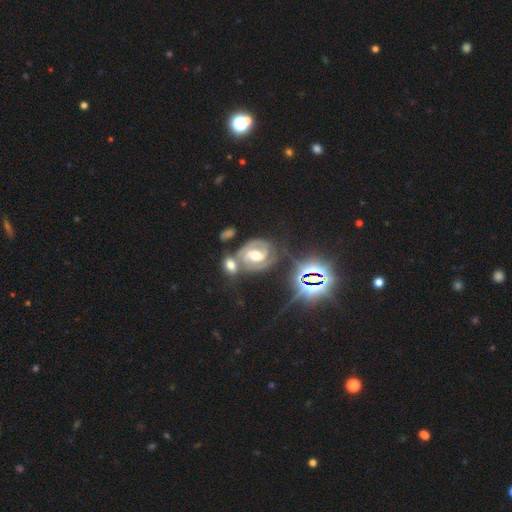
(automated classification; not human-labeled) A featured or disk galaxy (78%) with a weak bar (43%), 2 (71%) tight (56%) spiral arms (92%) and a moderate central bulge (72%).

Vote fractions:
- Smooth or featured? featured or disk: 78% / star or artifact: 12% / smooth: 10%
- Edge-on disk? no: 97% / yes: 3%
- Bar? weak: 43% / no: 32% / strong: 25%
- Spiral arms? yes: 92% / no: 8%
- Spiral winding? tight: 56% / medium: 36% / loose: 8%
- Spiral arm count? 2: 71% / can't tell: 14% / 3: 7% / 1: 4% / 4: 2% / more than 4: 2%
- Bulge size? moderate: 72% / small: 16% / large: 9% / none: 2% / dominant: 1%
- Merging? none: 43% / merger: 30% / minor disturbance: 17% / major disturbance: 11%